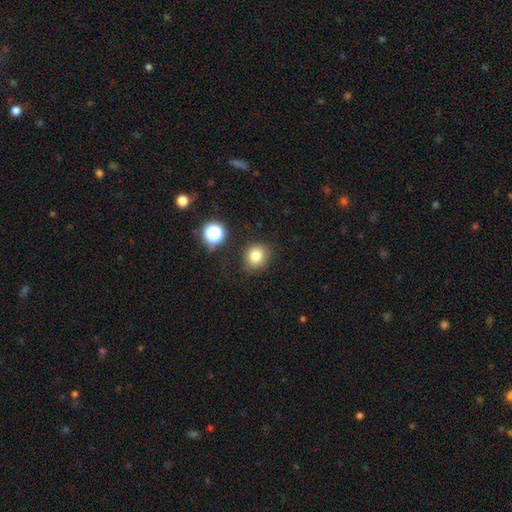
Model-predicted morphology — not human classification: Smooth or featured?
  - smooth: 80% *
  - star or artifact: 13%
  - featured or disk: 7%
How rounded?
  - round: 73% *
  - in between: 26%
  - cigar-shaped: 1%
Merging?
  - none: 82% *
  - minor disturbance: 12%
  - major disturbance: 4%
  - merger: 3%